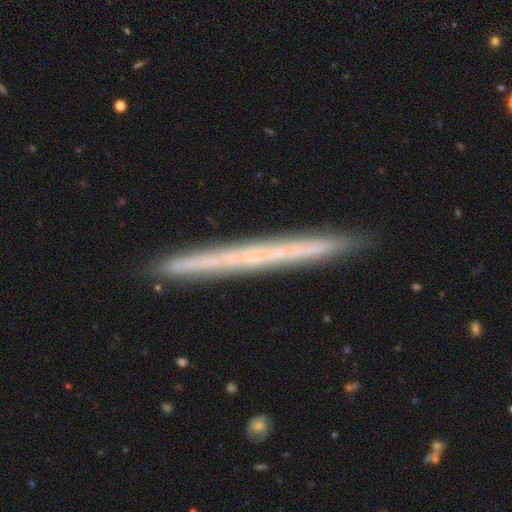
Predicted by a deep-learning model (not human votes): smooth-or-featured: featured or disk: 59% | smooth: 34% | star or artifact: 7%
  disk-edge-on: yes: 96% | no: 4%
    edge-on-bulge: none: 91% | rounded: 7% | boxy: 2%
  merging: none: 91% | minor disturbance: 7% | major disturbance: 1% | merger: 1%